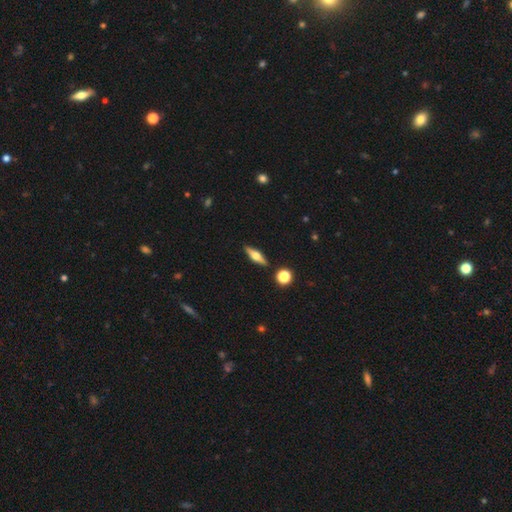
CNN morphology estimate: Q: Smooth or featured?
A: featured or disk (63%); runner-up: smooth (30%)
Q: Edge-on disk?
A: yes (96%); runner-up: no (4%)
Q: Edge-on bulge?
A: rounded (94%); runner-up: boxy (5%)
Q: Merging?
A: none (88%); runner-up: minor disturbance (7%)